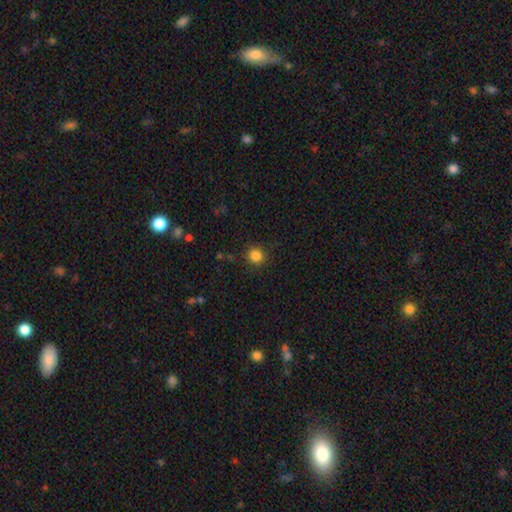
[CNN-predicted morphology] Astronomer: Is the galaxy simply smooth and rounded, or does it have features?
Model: smooth — 84%.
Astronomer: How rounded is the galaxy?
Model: round — 93%.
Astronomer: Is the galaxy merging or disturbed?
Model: none — 89%.